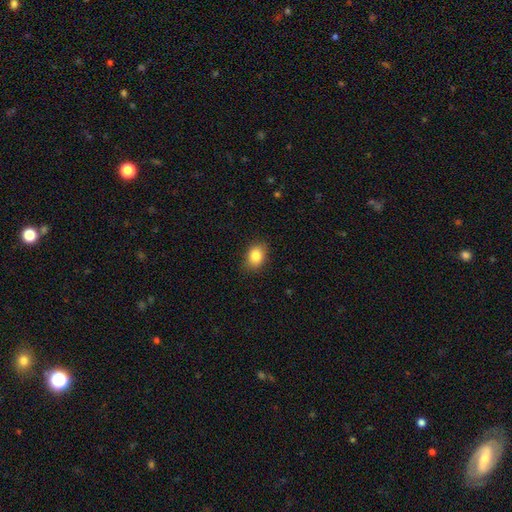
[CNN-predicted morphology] Q: Smooth or featured?
A: smooth (85%); runner-up: star or artifact (9%)
Q: How rounded?
A: in between (63%); runner-up: round (36%)
Q: Merging?
A: none (85%); runner-up: minor disturbance (12%)